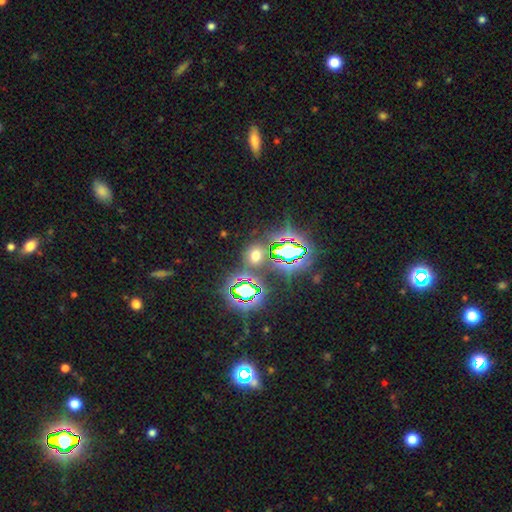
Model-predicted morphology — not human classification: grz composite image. It shows a star or artifact, not a galaxy (54%).